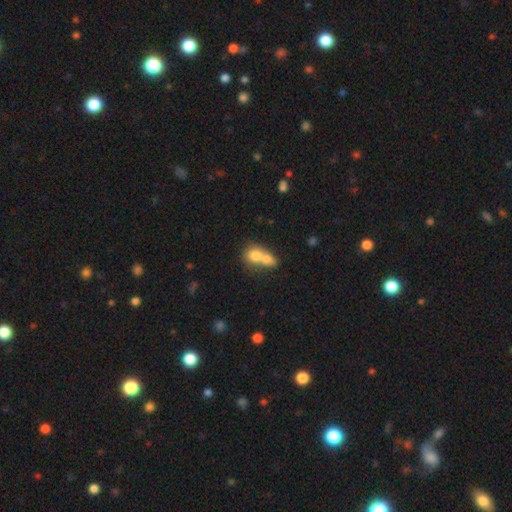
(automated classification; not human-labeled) A smooth galaxy with no disk features (72%) that is round (56%).

Vote fractions:
- Smooth or featured? smooth: 72% / featured or disk: 19% / star or artifact: 8%
- How rounded? round: 56% / in between: 42% / cigar-shaped: 2%
- Merging? merger: 76% / none: 16% / minor disturbance: 5% / major disturbance: 3%